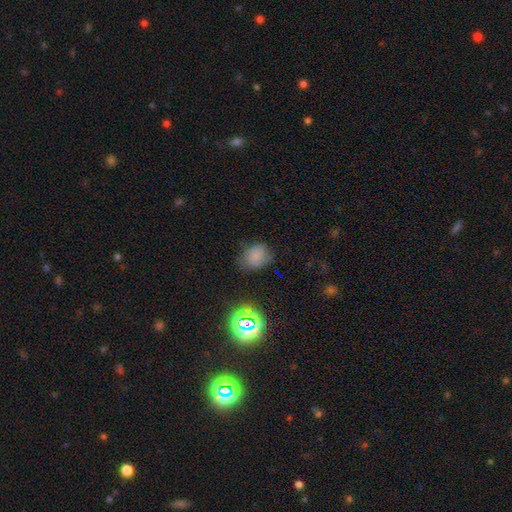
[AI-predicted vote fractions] smooth 66%, star or artifact 20%, featured or disk 14%. Down the decision tree: how rounded — in between (61%); merging — none (69%).